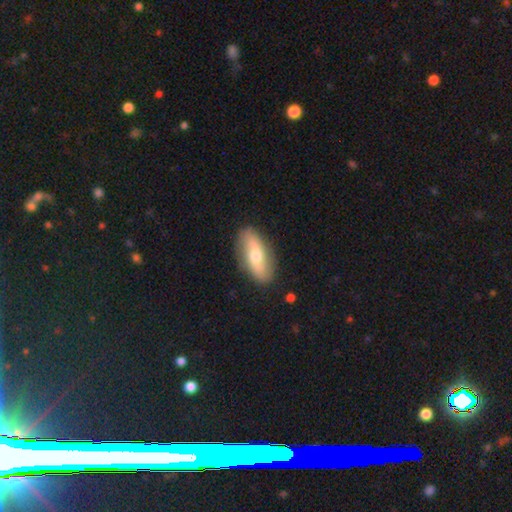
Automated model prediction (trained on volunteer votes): Morphology: type=featured or disk (51%); edge-on=no (82%); merging=none (86%).